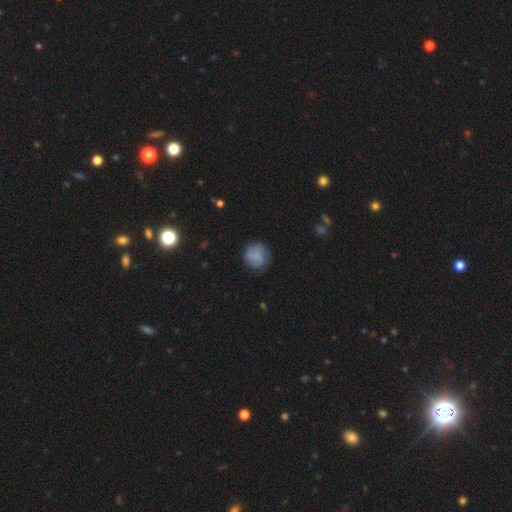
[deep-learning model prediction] Q: Smooth or featured?
A: smooth (75%); runner-up: featured or disk (17%)
Q: How rounded?
A: round (86%); runner-up: in between (13%)
Q: Merging?
A: none (73%); runner-up: minor disturbance (18%)